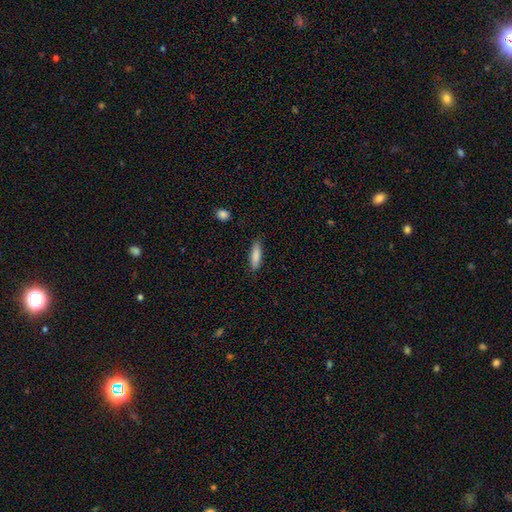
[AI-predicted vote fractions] smooth_or_featured: smooth (p=0.85) [alt: featured or disk p=0.09]
how_rounded: cigar-shaped (p=0.65) [alt: in between p=0.34]
merging: none (p=0.85) [alt: minor disturbance p=0.12]